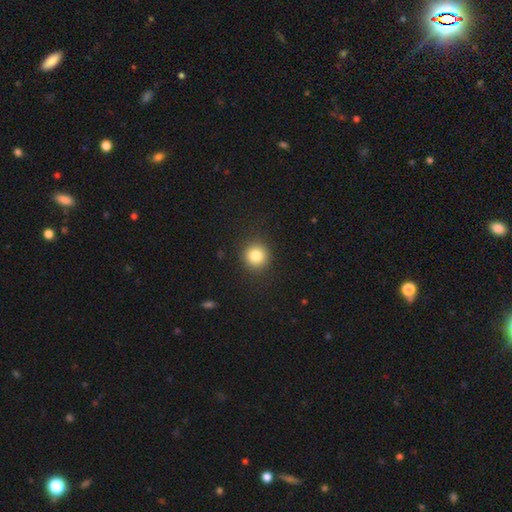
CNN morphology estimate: This appears to be a smooth galaxy with no disk features (82%) that is round (93%). Merging: none (90%).